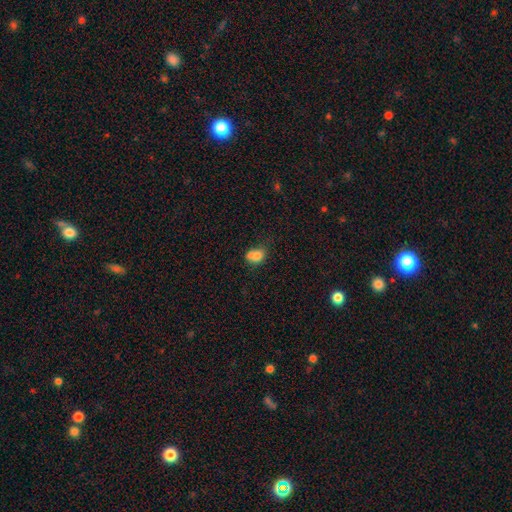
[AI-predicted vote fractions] A smooth galaxy with no disk features (73%) that is in between round and cigar-shaped (54%). Merging: merger (45%).